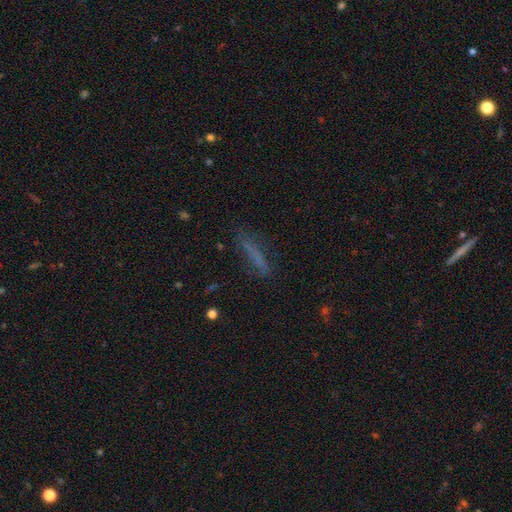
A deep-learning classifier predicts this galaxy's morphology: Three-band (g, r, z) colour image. It shows a smooth galaxy with no disk features (60%) that is cigar-shaped (87%). Merging: none (73%).